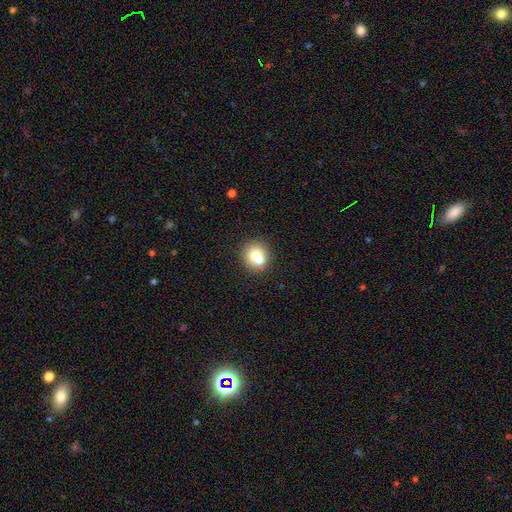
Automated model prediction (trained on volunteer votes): Smooth or featured: smooth — 70% (featured or disk — 19%)
How rounded: round — 89% (in between — 11%)
Merging: none — 59% (merger — 30%)